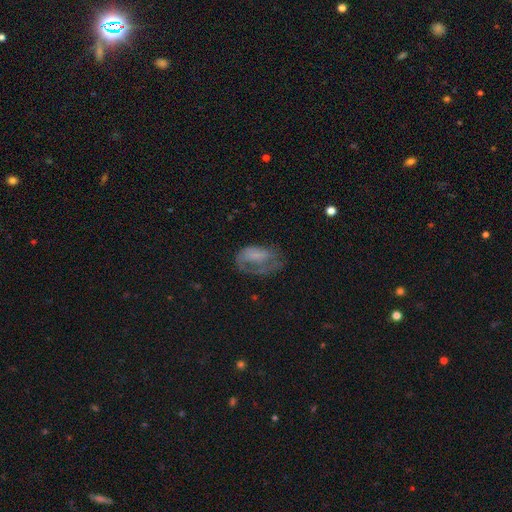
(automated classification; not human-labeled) smooth-or-featured: featured or disk: 46% | smooth: 44% | star or artifact: 10%
  merging: major disturbance: 42% | none: 32% | minor disturbance: 23% | merger: 2%